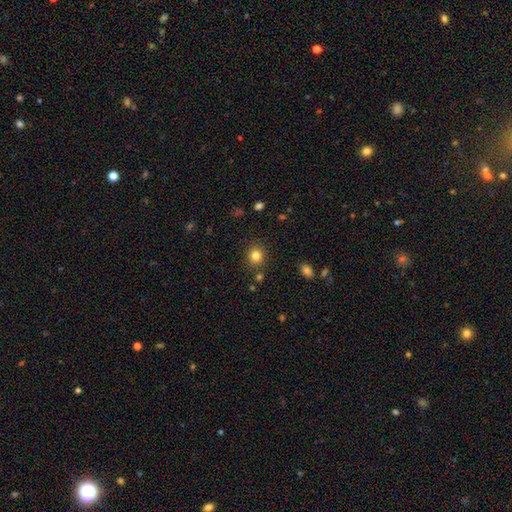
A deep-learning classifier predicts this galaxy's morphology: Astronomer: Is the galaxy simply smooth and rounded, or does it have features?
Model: smooth — 82%.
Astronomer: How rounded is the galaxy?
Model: round — 83%.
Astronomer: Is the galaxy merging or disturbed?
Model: none — 87%.